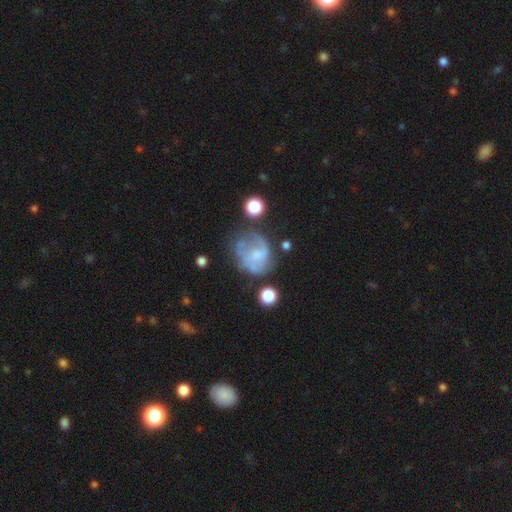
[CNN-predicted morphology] This is possibly a featured or disk galaxy (53%). It is clearly not viewed edge-on (98%). Bar: likely no (69%). Spiral arm pattern: possibly no (51%). Central bulge: marginally small (32%). Merging: marginally none (37%).